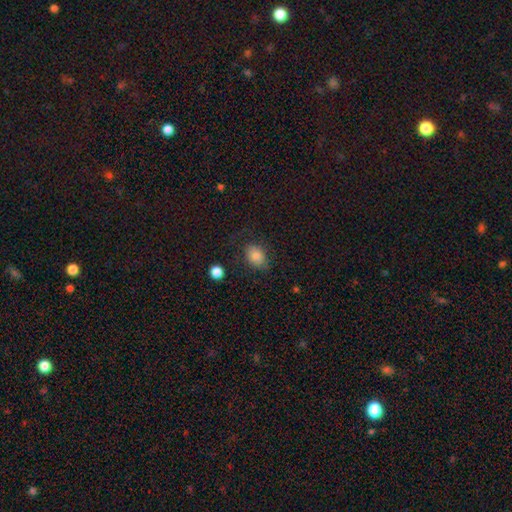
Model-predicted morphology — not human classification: Smooth or featured?
  - smooth: 82% *
  - star or artifact: 10%
  - featured or disk: 8%
How rounded?
  - in between: 63% *
  - round: 36%
  - cigar-shaped: 1%
Merging?
  - none: 73% *
  - minor disturbance: 18%
  - major disturbance: 7%
  - merger: 2%